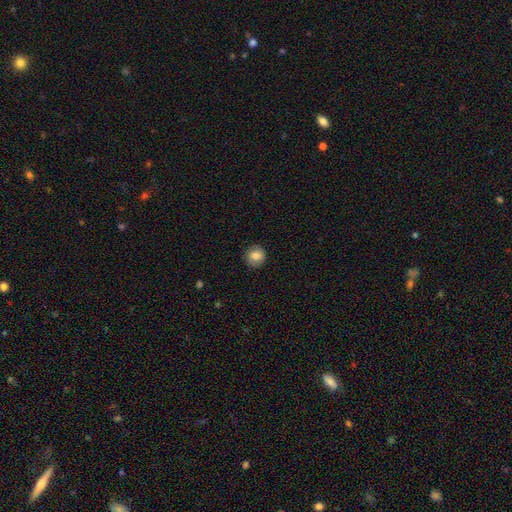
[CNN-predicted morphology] This is likely a smooth galaxy (79%). How rounded: clearly round (91%). Merging: clearly none (89%).